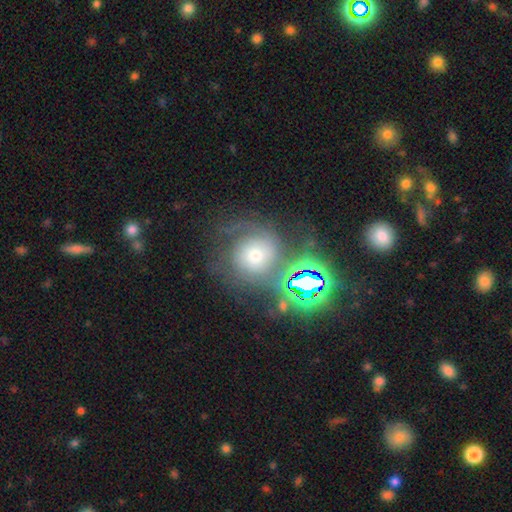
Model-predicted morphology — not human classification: Smooth or featured?
  - featured or disk: 41% *
  - smooth: 32%
  - star or artifact: 26%
Merging?
  - none: 49% *
  - major disturbance: 22%
  - minor disturbance: 17%
  - merger: 13%